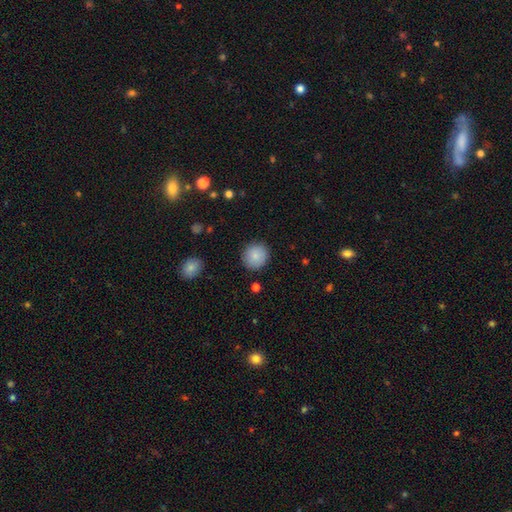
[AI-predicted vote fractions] Smooth or featured? Predicted: smooth (p=0.87). How rounded? Predicted: round (p=0.92). Merging? Predicted: none (p=0.89).